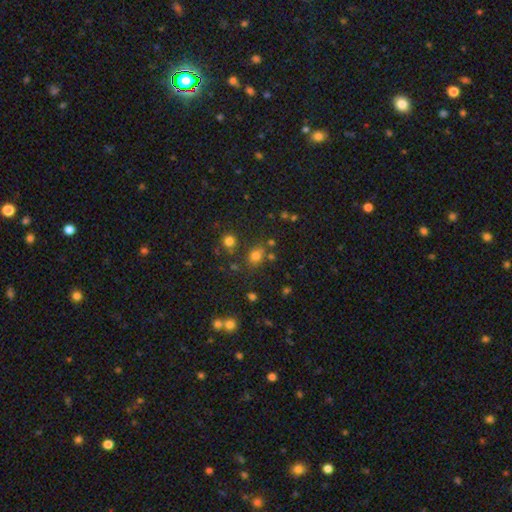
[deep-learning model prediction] Overall: smooth (70%). How rounded: round (61%; in between 37%). Merging: none (67%).